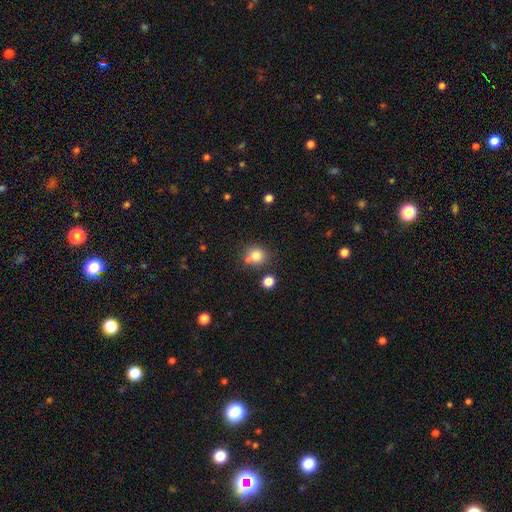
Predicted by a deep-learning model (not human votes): This appears to be a smooth galaxy with no disk features (81%) that is round (86%). Merging: none (66%).